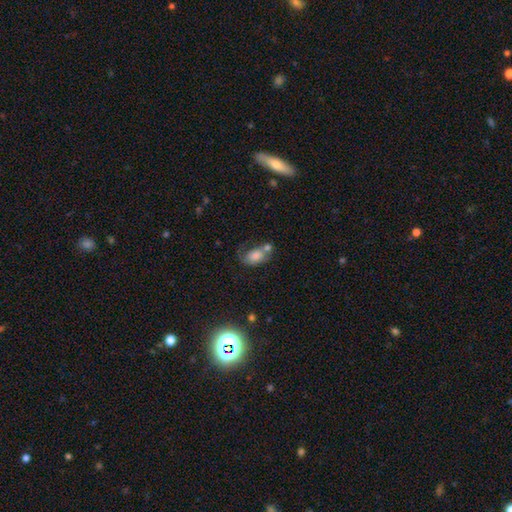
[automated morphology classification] This is likely a smooth galaxy (70%). How rounded: clearly in between (85%). Merging: marginally merger (33%).